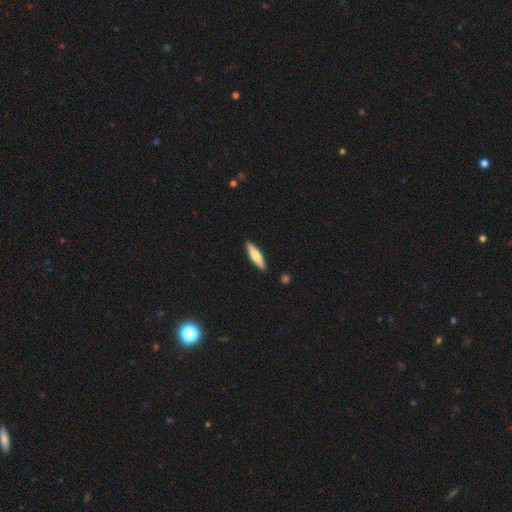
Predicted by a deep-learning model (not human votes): Morphology: type=smooth (62%); roundness=cigar-shaped (71%); merging=none (89%).